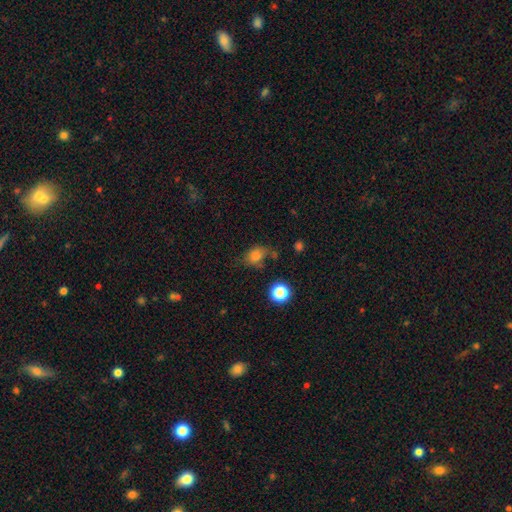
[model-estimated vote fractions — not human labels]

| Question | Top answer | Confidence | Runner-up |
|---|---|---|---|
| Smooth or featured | smooth | 77% | star or artifact (14%) |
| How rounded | in between | 64% | round (34%) |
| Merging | none | 53% | minor disturbance (27%) |